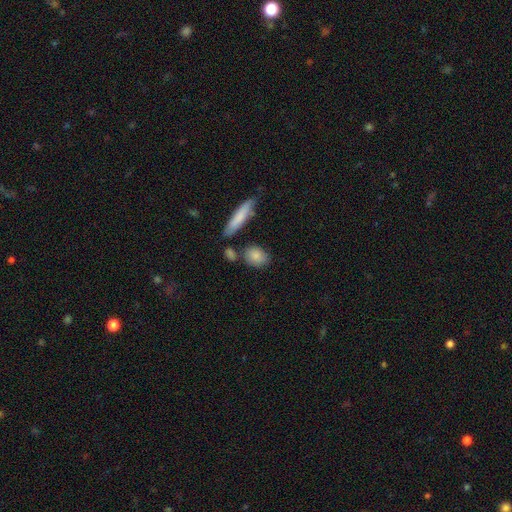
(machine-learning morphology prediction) Q: Smooth or featured?
A: smooth (83%); runner-up: featured or disk (10%)
Q: How rounded?
A: in between (59%); runner-up: round (30%)
Q: Merging?
A: none (72%); runner-up: minor disturbance (14%)